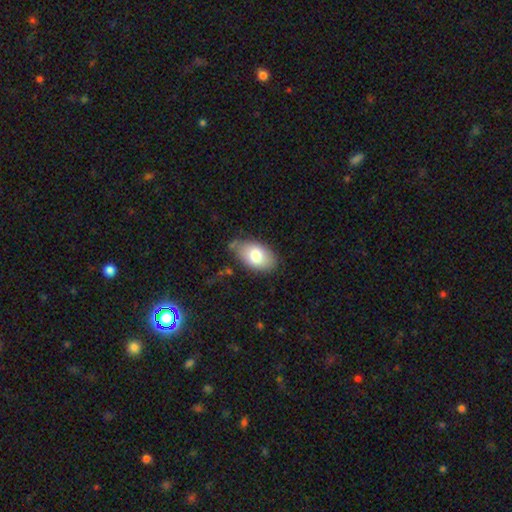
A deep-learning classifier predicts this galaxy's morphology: This appears to be a smooth galaxy with no disk features (78%) that is in between round and cigar-shaped (92%). Merging: none (71%).